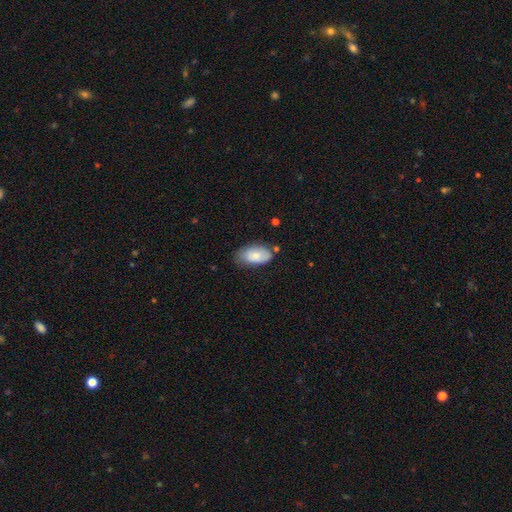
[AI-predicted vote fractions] smooth_or_featured: smooth (p=0.76) [alt: featured or disk p=0.17]
how_rounded: in between (p=0.94) [alt: round p=0.04]
merging: none (p=0.62) [alt: minor disturbance p=0.28]